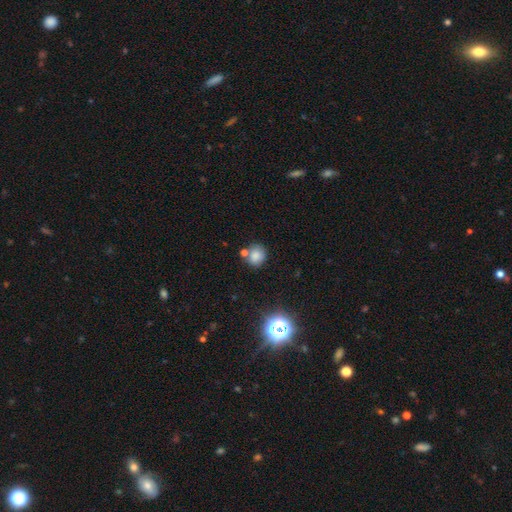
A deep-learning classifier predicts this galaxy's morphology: A smooth galaxy with no disk features (79%) that is round (80%).

Vote fractions:
- Smooth or featured? smooth: 79% / star or artifact: 13% / featured or disk: 8%
- How rounded? round: 80% / in between: 19% / cigar-shaped: 1%
- Merging? none: 65% / merger: 18% / minor disturbance: 13% / major disturbance: 4%